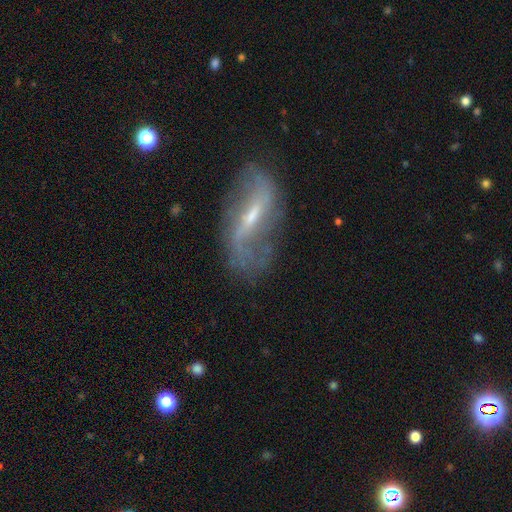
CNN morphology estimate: type=featured or disk (79%); edge-on=no (89%); bar=strong (45%); spiral arms=yes (84%); winding=loose (67%); arm count=2 (83%); bulge=small (59%); merging=none (70%).